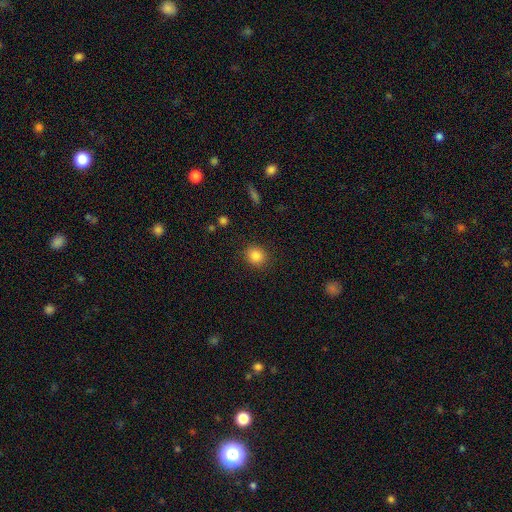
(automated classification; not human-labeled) A smooth galaxy with no disk features (85%) that is round (77%). Merging: none (88%).